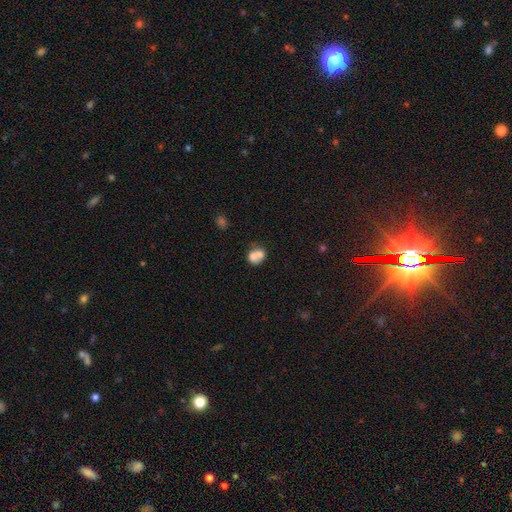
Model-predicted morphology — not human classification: Q: Smooth or featured?
A: smooth (70%); runner-up: featured or disk (21%)
Q: How rounded?
A: round (58%); runner-up: in between (41%)
Q: Merging?
A: merger (59%); runner-up: none (26%)